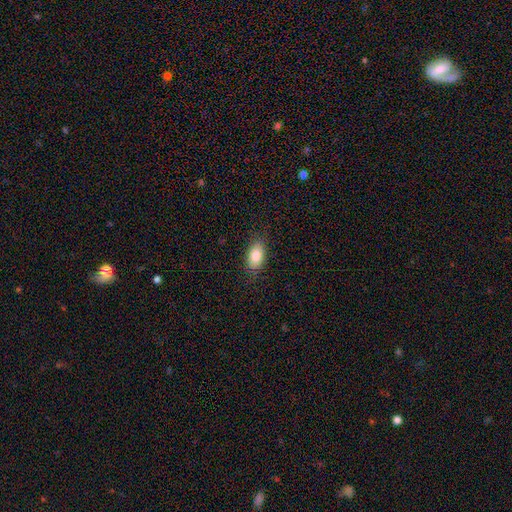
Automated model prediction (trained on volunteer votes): The model was most divided on "merging": none: 86%, minor disturbance: 11%, major disturbance: 3%, merger: 1%. More confident: how rounded — in between (91%); smooth or featured — smooth (84%).